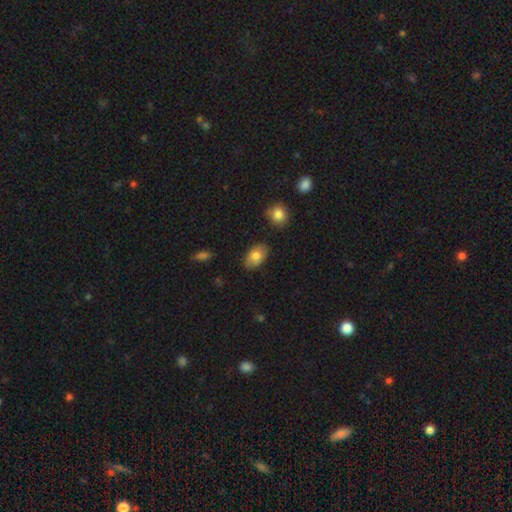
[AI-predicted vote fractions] Smooth or featured?
  - smooth: 79% *
  - featured or disk: 14%
  - star or artifact: 7%
How rounded?
  - in between: 90% *
  - round: 9%
  - cigar-shaped: 1%
Merging?
  - none: 82% *
  - minor disturbance: 13%
  - major disturbance: 3%
  - merger: 2%